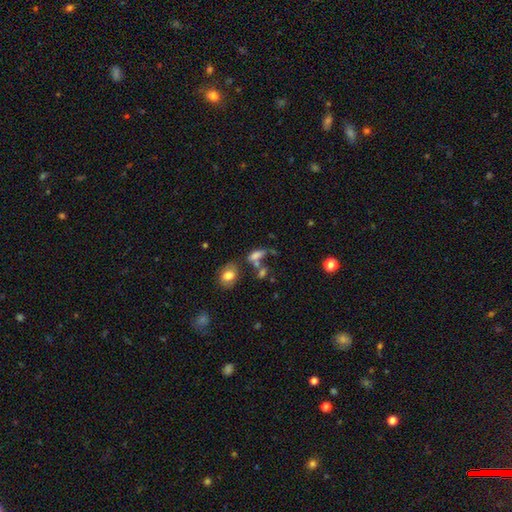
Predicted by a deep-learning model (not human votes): Smooth or featured? smooth (70%)
How rounded? in between (72%)
Merging? none (41%)